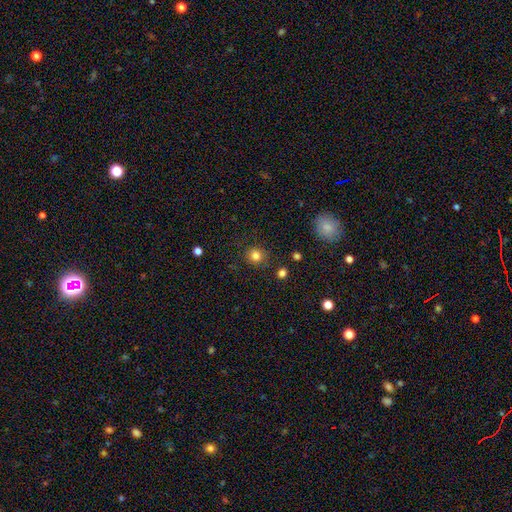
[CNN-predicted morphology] Smooth or featured: smooth — 82% (star or artifact — 13%)
How rounded: round — 88% (in between — 11%)
Merging: none — 85% (minor disturbance — 9%)